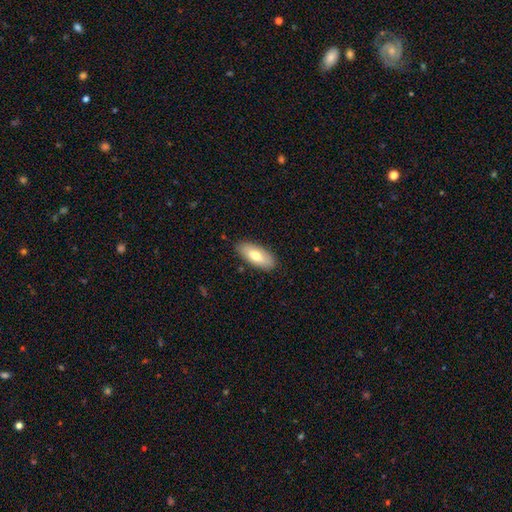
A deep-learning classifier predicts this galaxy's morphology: smooth-or-featured: smooth: 72% | featured or disk: 22% | star or artifact: 6%
  how-rounded: in between: 86% | cigar-shaped: 12% | round: 2%
  merging: none: 87% | minor disturbance: 10% | major disturbance: 2% | merger: 1%